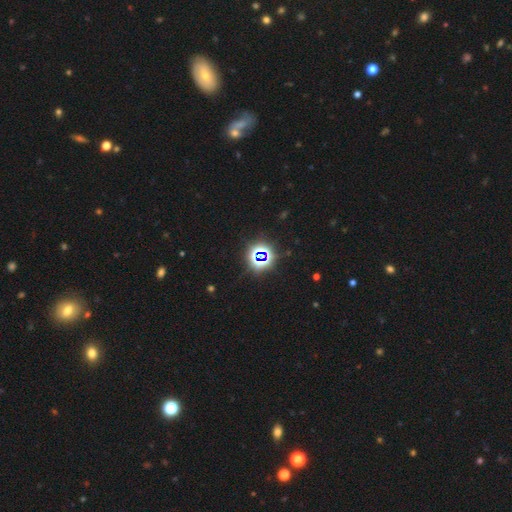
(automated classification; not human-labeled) Morphology: type=star or artifact (76%).